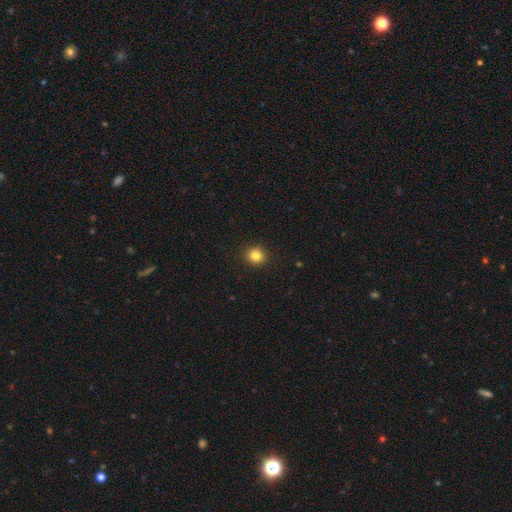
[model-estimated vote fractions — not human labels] A smooth galaxy with no disk features (83%) that is round (91%). Merging: none (92%).